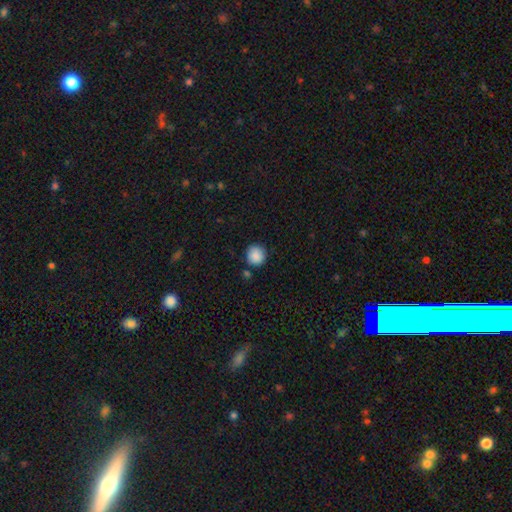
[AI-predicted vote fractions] This is clearly a smooth galaxy (88%). How rounded: clearly round (92%). Merging: clearly none (83%).